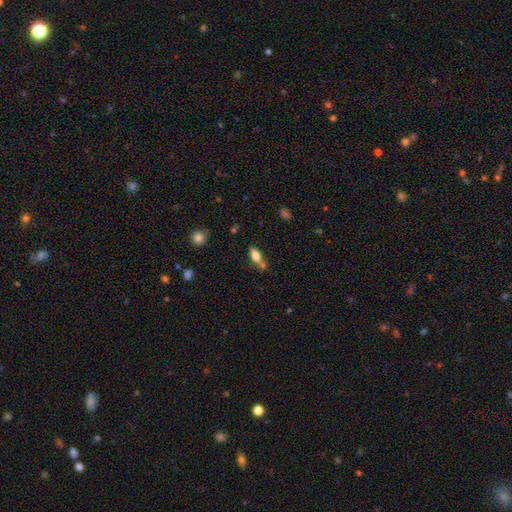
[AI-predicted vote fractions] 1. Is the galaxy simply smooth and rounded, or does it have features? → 61% smooth, 30% featured or disk, 8% star or artifact.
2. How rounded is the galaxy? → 67% in between, 29% cigar-shaped, 4% round.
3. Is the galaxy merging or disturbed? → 58% none, 20% merger, 17% minor disturbance, 5% major disturbance.